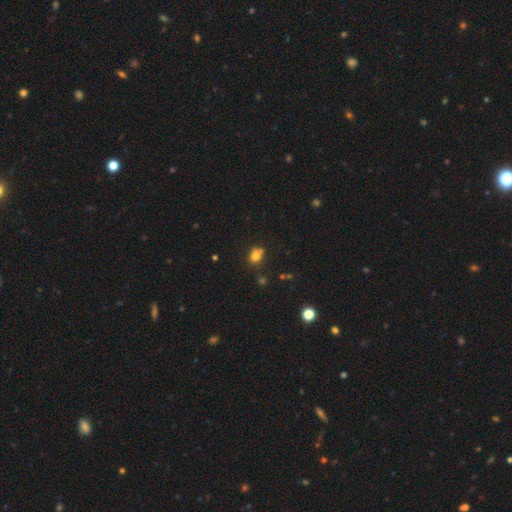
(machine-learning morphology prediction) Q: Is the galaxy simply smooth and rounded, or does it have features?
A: smooth — 75%.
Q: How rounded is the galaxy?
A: round — 65%.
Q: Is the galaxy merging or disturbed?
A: none — 55%.